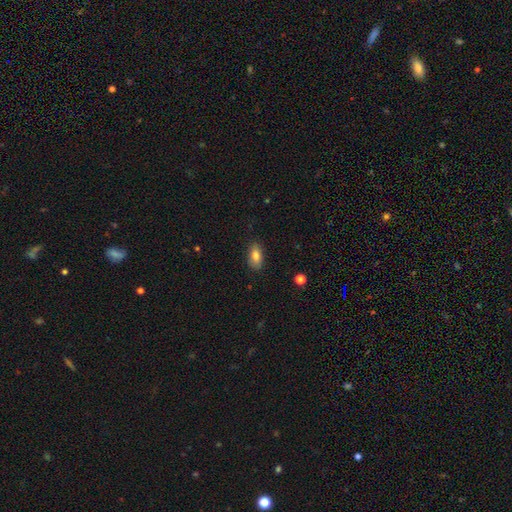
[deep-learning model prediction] A smooth galaxy with no disk features (82%) that is in between round and cigar-shaped (88%).

Vote fractions:
- Smooth or featured? smooth: 82% / featured or disk: 10% / star or artifact: 8%
- How rounded? in between: 88% / cigar-shaped: 6% / round: 5%
- Merging? none: 84% / minor disturbance: 13% / major disturbance: 2% / merger: 1%